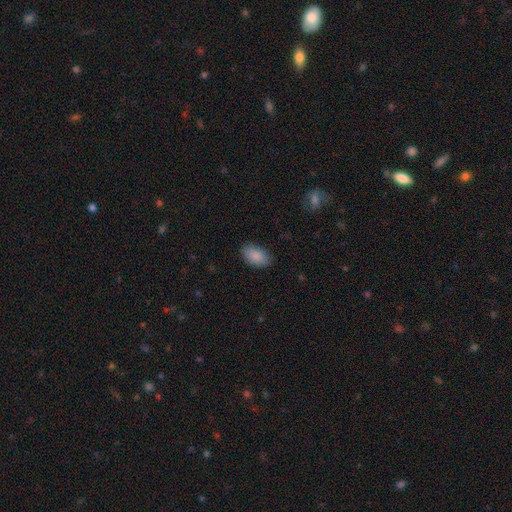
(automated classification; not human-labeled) The model was most divided on "merging": none: 85%, minor disturbance: 11%, major disturbance: 3%, merger: 1%. More confident: how rounded — in between (94%); smooth or featured — smooth (88%).